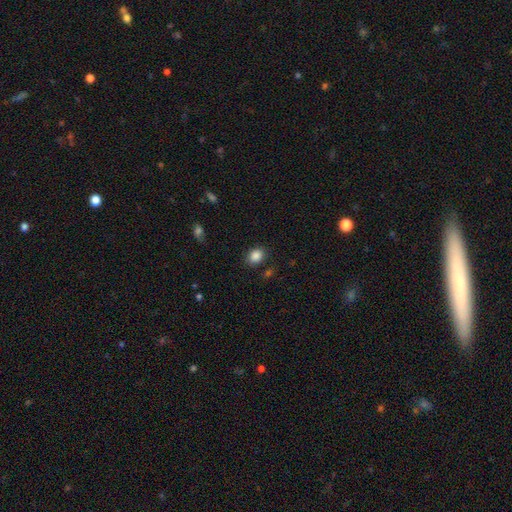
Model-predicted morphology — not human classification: A smooth galaxy with no disk features (86%) that is in between round and cigar-shaped (53%).

Vote fractions:
- Smooth or featured? smooth: 86% / star or artifact: 9% / featured or disk: 4%
- How rounded? in between: 53% / round: 46% / cigar-shaped: 1%
- Merging? none: 84% / minor disturbance: 10% / major disturbance: 3% / merger: 2%